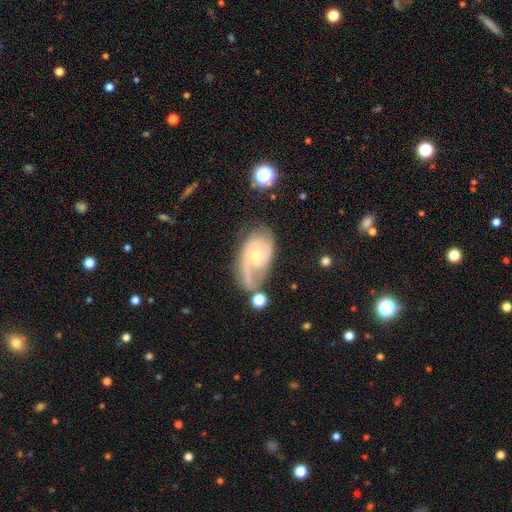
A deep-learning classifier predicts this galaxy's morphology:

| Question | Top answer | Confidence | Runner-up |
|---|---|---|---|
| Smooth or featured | featured or disk | 78% | smooth (15%) |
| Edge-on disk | no | 96% | yes (4%) |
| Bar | no | 63% | weak (32%) |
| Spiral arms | yes | 92% | no (8%) |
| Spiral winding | medium | 43% | tight (38%) |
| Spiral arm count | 2 | 50% | 1 (25%) |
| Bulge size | small | 62% | moderate (32%) |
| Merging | none | 49% | minor disturbance (25%) |